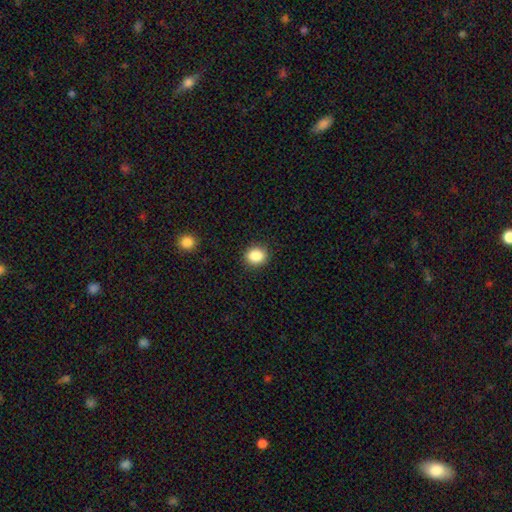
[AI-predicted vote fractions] This appears to be a smooth galaxy with no disk features (87%) that is round (66%). Merging: none (90%).